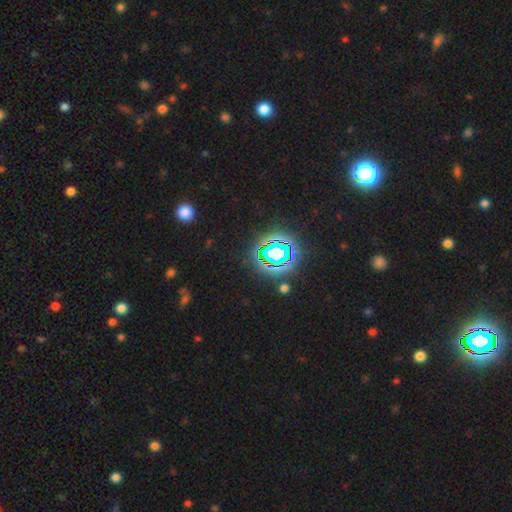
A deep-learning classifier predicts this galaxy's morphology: Q: Smooth or featured?
A: star or artifact (81%); runner-up: smooth (13%)